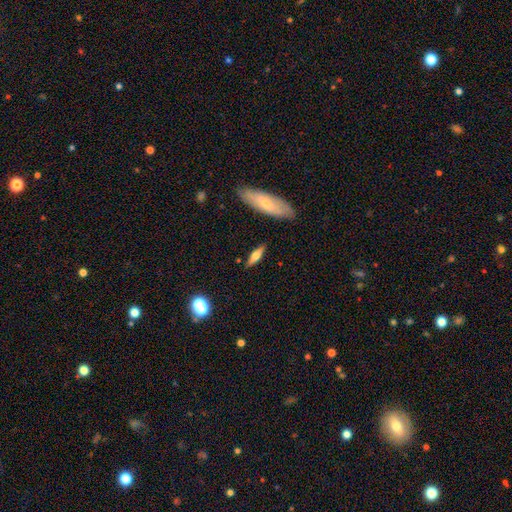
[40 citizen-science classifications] smooth-or-featured: featured or disk: 52% | smooth: 42% | star or artifact: 5%
  disk-edge-on: yes: 100% | no: 0%
    edge-on-bulge: rounded: 76% | boxy: 14% | none: 10%
  merging: none: 79% | minor disturbance: 16% | merger: 5% | major disturbance: 0%